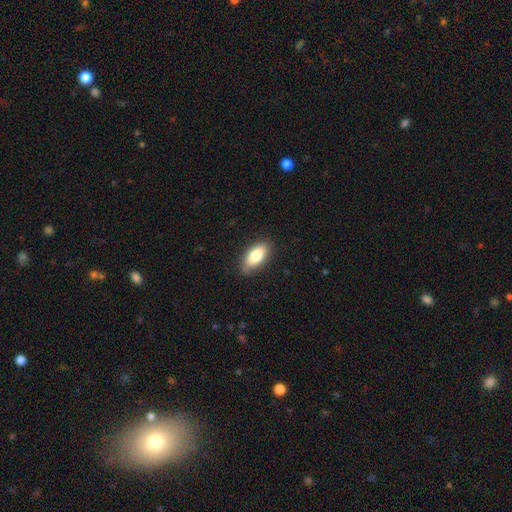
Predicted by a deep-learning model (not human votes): Morphology: type=smooth (79%); roundness=in between (89%); merging=none (79%).